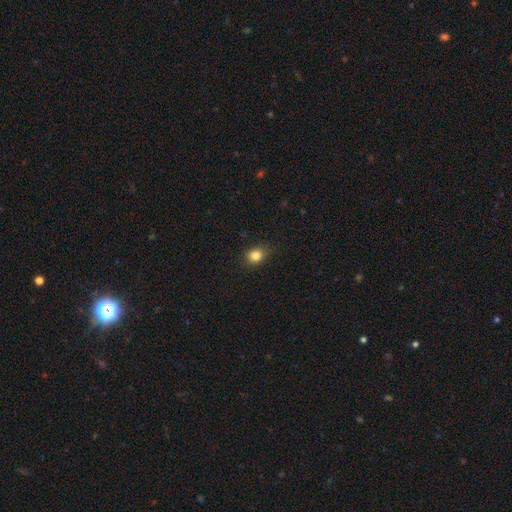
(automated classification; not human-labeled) smooth-or-featured: smooth: 83% | star or artifact: 12% | featured or disk: 5%
  how-rounded: round: 56% | in between: 43% | cigar-shaped: 1%
  merging: none: 84% | minor disturbance: 13% | major disturbance: 3% | merger: 1%